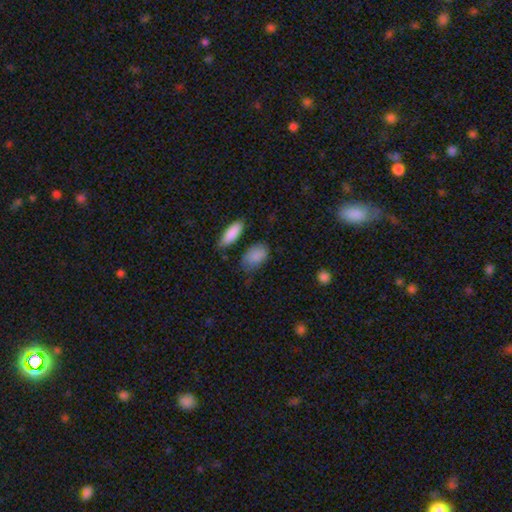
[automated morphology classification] Smooth or featured: smooth — 87% (star or artifact — 7%)
How rounded: in between — 90% (round — 7%)
Merging: none — 62% (minor disturbance — 25%)